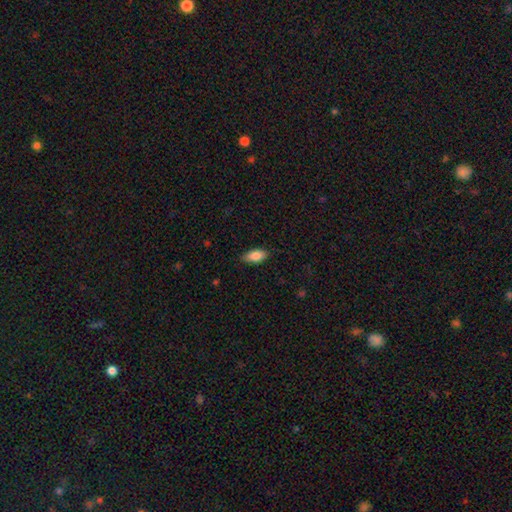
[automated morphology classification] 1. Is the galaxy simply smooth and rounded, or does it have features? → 86% smooth, 8% featured or disk, 7% star or artifact.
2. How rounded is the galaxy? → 89% in between, 8% cigar-shaped, 3% round.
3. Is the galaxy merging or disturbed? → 80% none, 16% minor disturbance, 3% major disturbance, 1% merger.